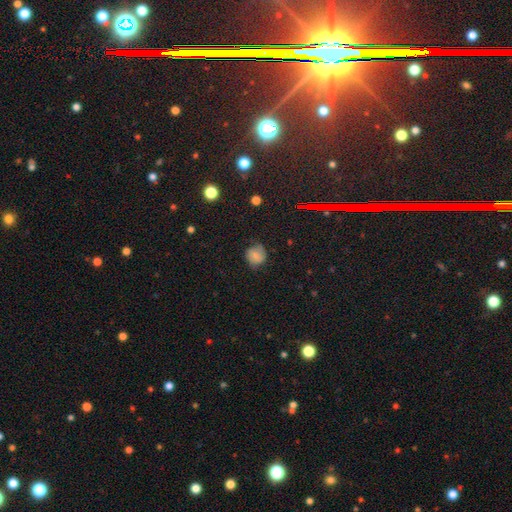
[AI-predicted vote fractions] Smooth or featured? smooth (67%)
How rounded? round (77%)
Merging? none (64%)